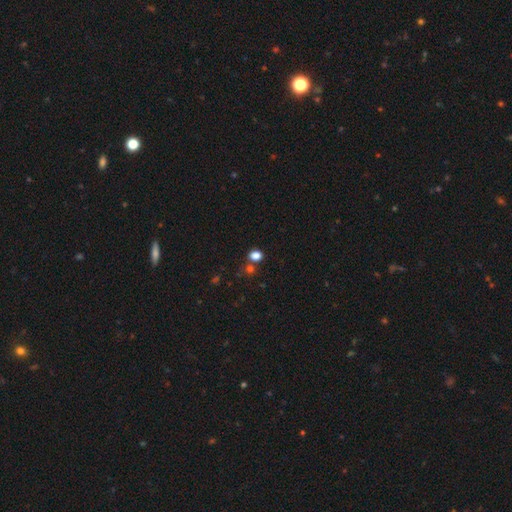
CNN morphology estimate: Overall: smooth (79%). How rounded: round (56%; in between 43%). Merging: none (68%).